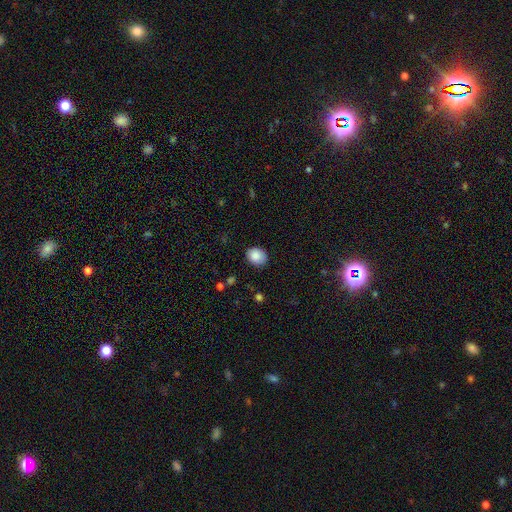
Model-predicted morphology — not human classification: Smooth or featured: smooth — 87% (star or artifact — 8%)
How rounded: round — 55% (in between — 44%)
Merging: none — 82% (minor disturbance — 14%)